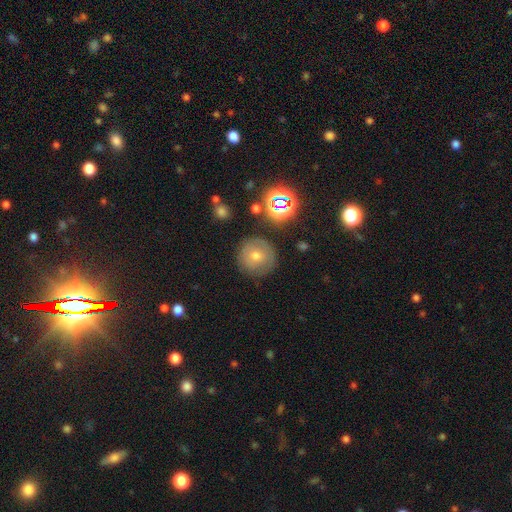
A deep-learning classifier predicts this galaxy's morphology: Smooth or featured: smooth — 51% (featured or disk — 30%)
How rounded: round — 94% (in between — 5%)
Merging: none — 83% (minor disturbance — 11%)